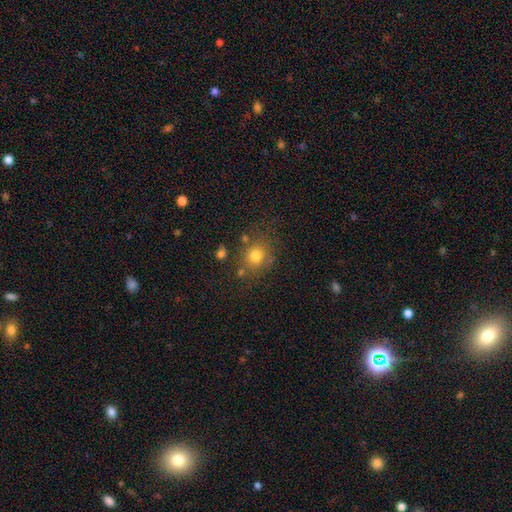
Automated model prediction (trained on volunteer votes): smooth_or_featured: smooth (p=0.76) [alt: star or artifact p=0.14]
how_rounded: round (p=0.78) [alt: in between p=0.21]
merging: none (p=0.73) [alt: minor disturbance p=0.14]